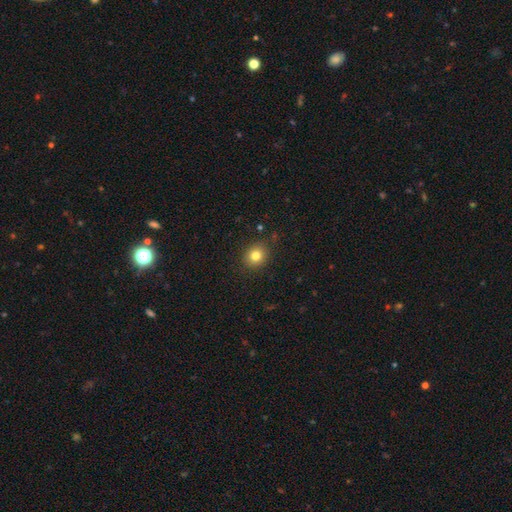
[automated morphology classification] Smooth or featured?
  - smooth: 80% *
  - star or artifact: 12%
  - featured or disk: 8%
How rounded?
  - round: 77% *
  - in between: 23%
  - cigar-shaped: 1%
Merging?
  - none: 88% *
  - minor disturbance: 9%
  - major disturbance: 2%
  - merger: 1%